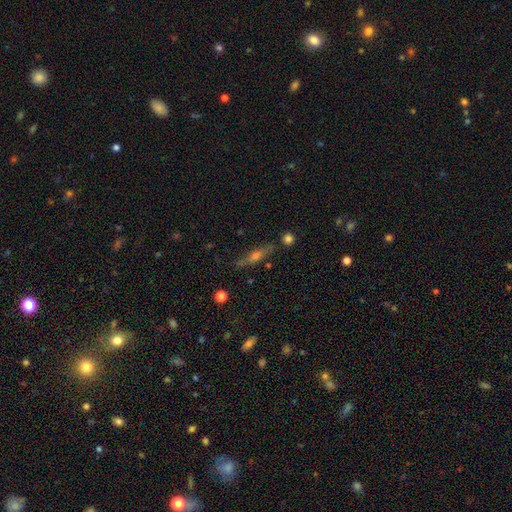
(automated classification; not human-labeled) featured or disk 55%, smooth 34%, star or artifact 11%. Down the decision tree: edge-on disk — yes (87%); merging — none (78%).